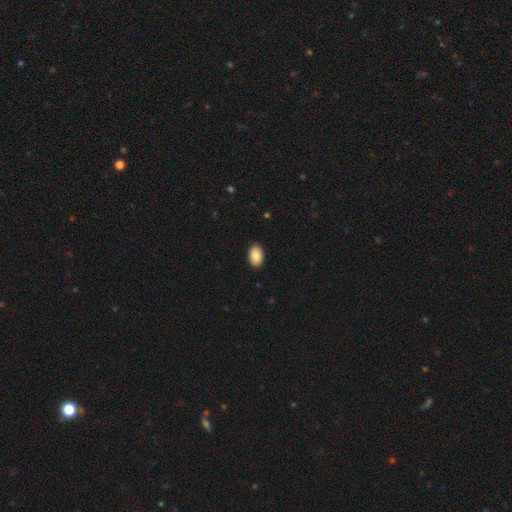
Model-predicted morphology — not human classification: A smooth galaxy with no disk features (88%) that is in between round and cigar-shaped (90%).

Vote fractions:
- Smooth or featured? smooth: 88% / star or artifact: 7% / featured or disk: 5%
- How rounded? in between: 90% / round: 9% / cigar-shaped: 1%
- Merging? none: 91% / minor disturbance: 7% / major disturbance: 2% / merger: 1%